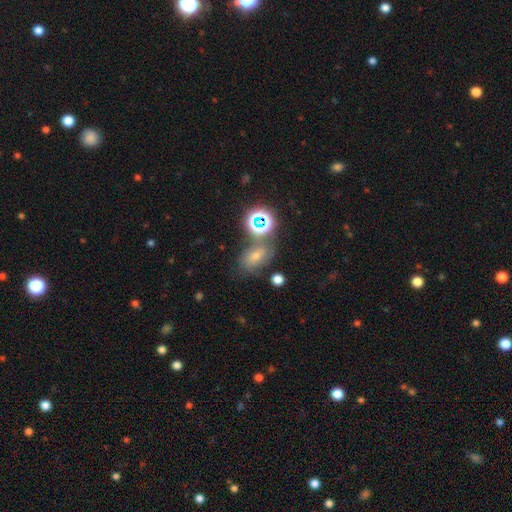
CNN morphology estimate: star or artifact 44%, smooth 36%, featured or disk 20%.